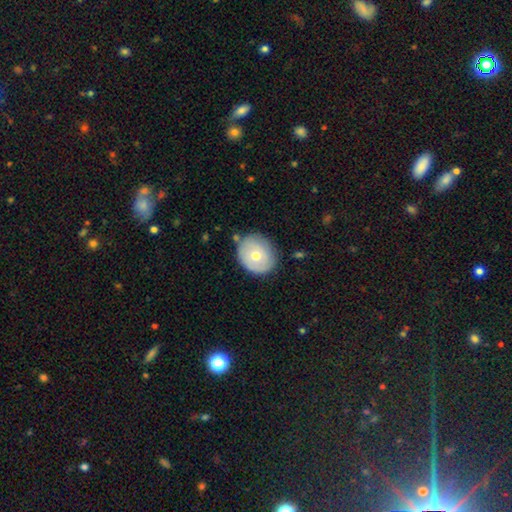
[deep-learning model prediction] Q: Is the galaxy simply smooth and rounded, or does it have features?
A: smooth — 61%.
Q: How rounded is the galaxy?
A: round — 69%.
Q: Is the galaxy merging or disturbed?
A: none — 74%.